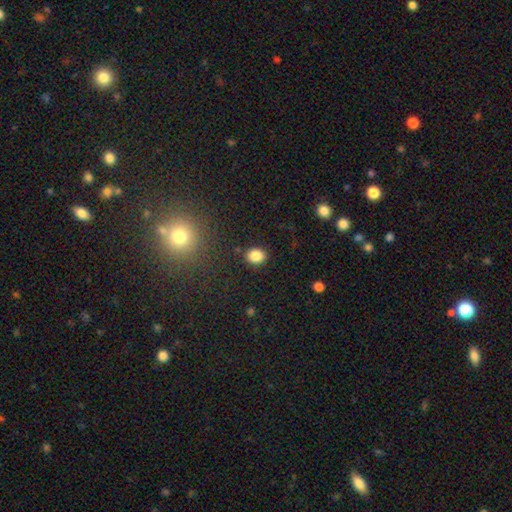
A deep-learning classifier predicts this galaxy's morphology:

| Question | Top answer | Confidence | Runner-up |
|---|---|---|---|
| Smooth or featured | smooth | 86% | star or artifact (10%) |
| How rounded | round | 62% | in between (37%) |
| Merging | none | 87% | minor disturbance (8%) |